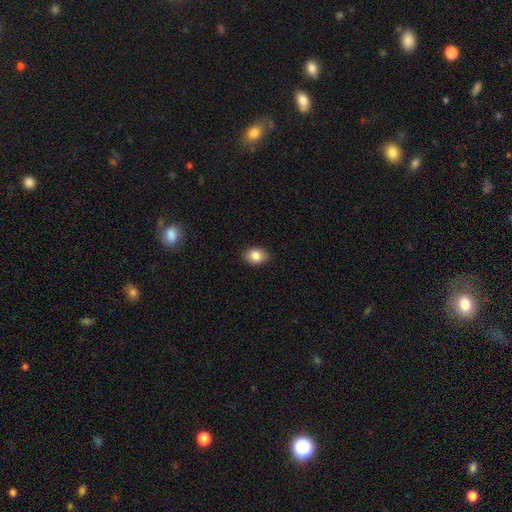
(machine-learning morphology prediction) Overall: smooth (85%). How rounded: in between (78%). Merging: none (89%).